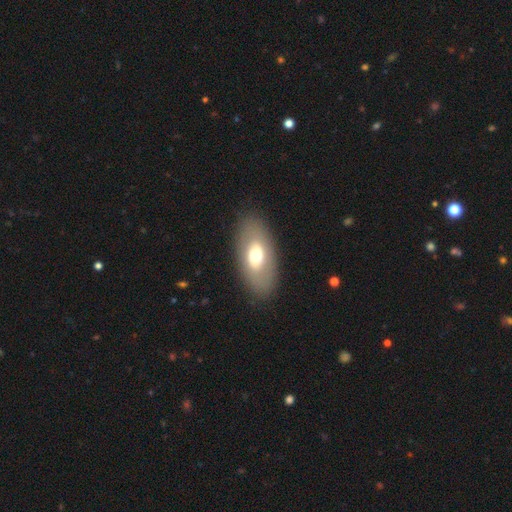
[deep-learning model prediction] This is likely a smooth galaxy (61%). How rounded: clearly in between (91%). Merging: clearly none (86%).